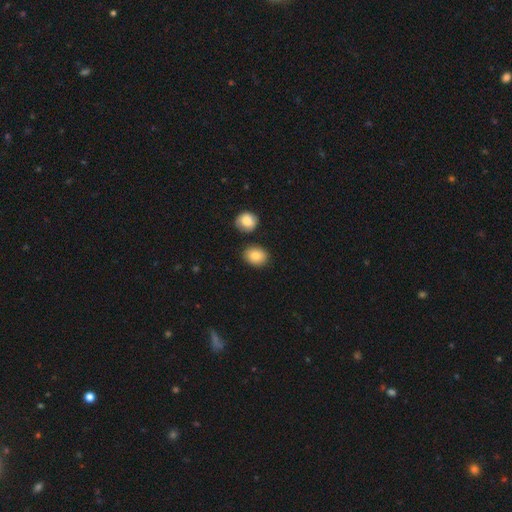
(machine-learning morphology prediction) Overall: smooth (84%). How rounded: in between (50%; round 49%). Merging: none (83%).